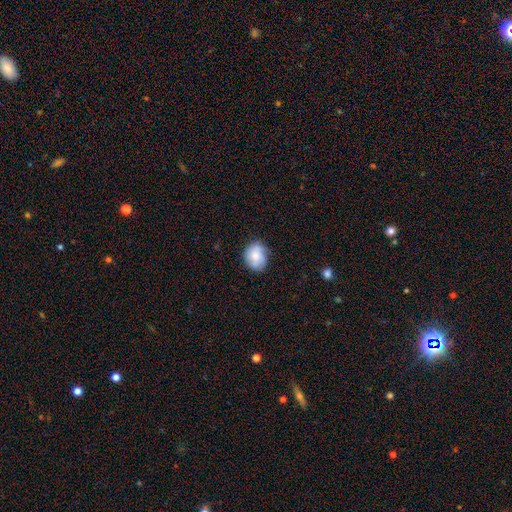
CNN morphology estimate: The model was most divided on "how rounded": round: 58%, in between: 41%, cigar-shaped: 1%. More confident: smooth or featured — smooth (76%); merging — none (73%).